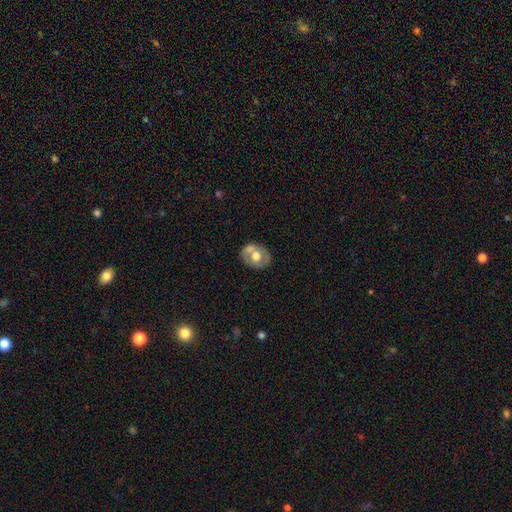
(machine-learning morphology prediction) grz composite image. It shows a smooth galaxy with no disk features (49%). Merging: none (63%).